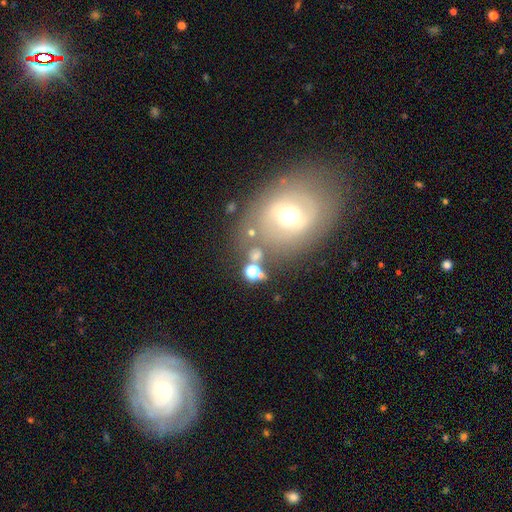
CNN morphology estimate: This appears to be a featured or disk galaxy (44%). Merging: none (64%).